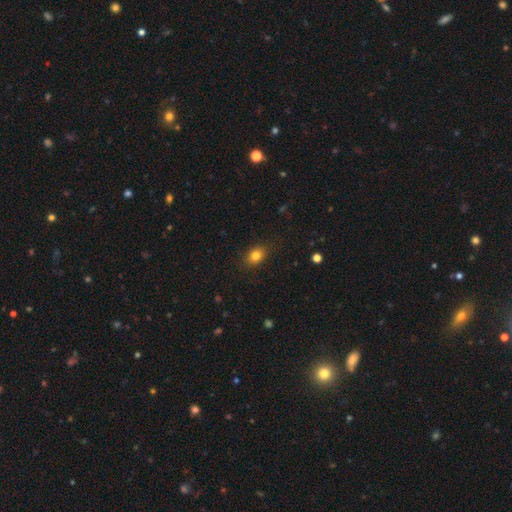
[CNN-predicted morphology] A smooth galaxy with no disk features (81%) that is in between round and cigar-shaped (67%). Merging: none (86%).